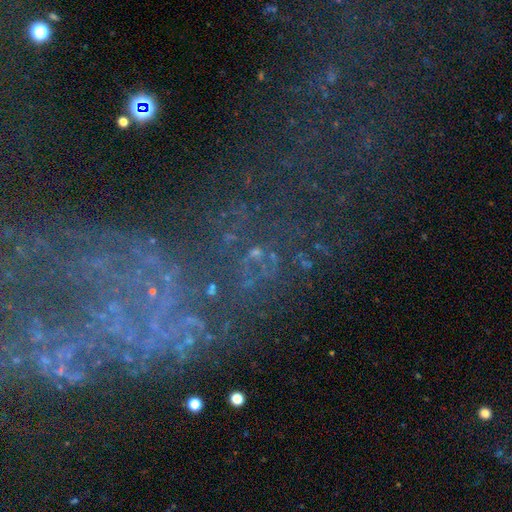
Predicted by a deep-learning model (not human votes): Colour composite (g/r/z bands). It shows a star or artifact, not a galaxy (46%).